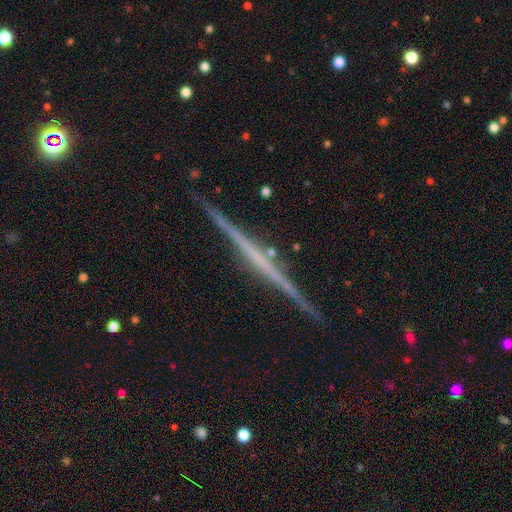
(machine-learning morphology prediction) smooth-or-featured: featured or disk: 80% | smooth: 14% | star or artifact: 6%
  disk-edge-on: yes: 98% | no: 2%
    edge-on-bulge: none: 79% | rounded: 13% | boxy: 8%
  merging: none: 90% | minor disturbance: 7% | merger: 2% | major disturbance: 1%